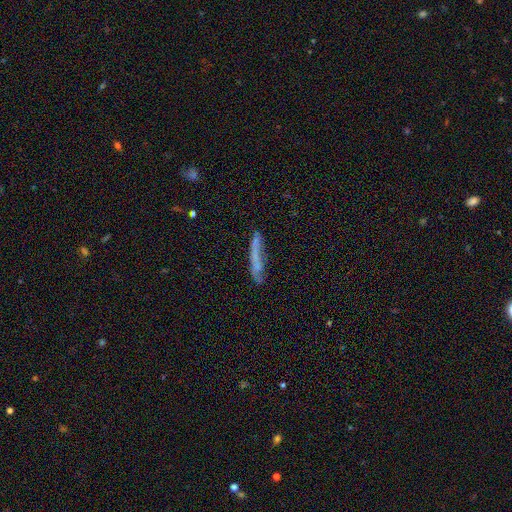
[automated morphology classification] type=smooth (53%); roundness=cigar-shaped (90%); merging=none (54%).